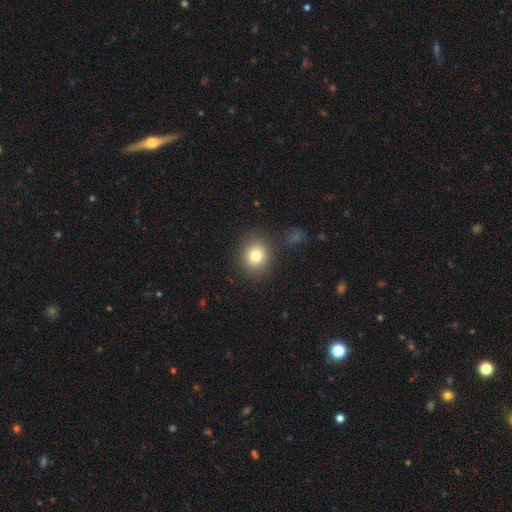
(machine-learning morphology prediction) smooth 79%, star or artifact 12%, featured or disk 9%. Down the decision tree: how rounded — round (84%); merging — none (85%).